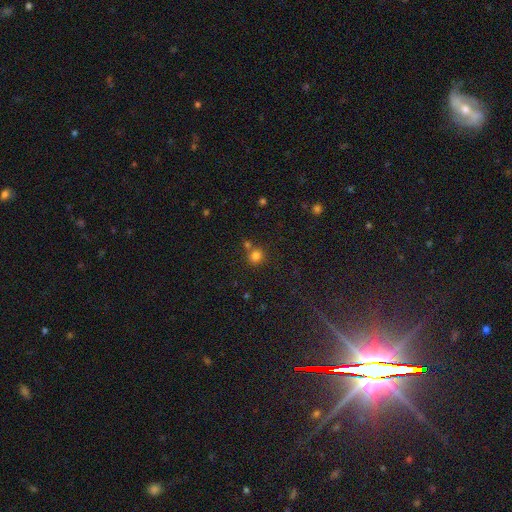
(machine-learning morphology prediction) The model was most divided on "merging": none: 65%, merger: 23%, minor disturbance: 9%, major disturbance: 3%. More confident: how rounded — round (84%); smooth or featured — smooth (79%).